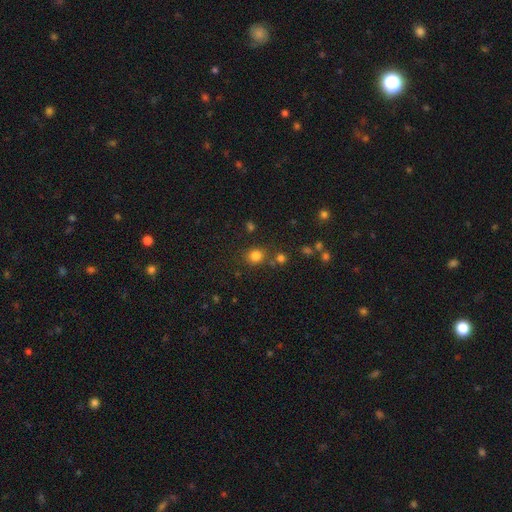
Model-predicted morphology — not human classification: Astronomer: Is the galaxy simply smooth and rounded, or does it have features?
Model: smooth — 79%.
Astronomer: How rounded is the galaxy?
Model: round — 81%.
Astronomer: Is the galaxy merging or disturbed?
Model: none — 76%.